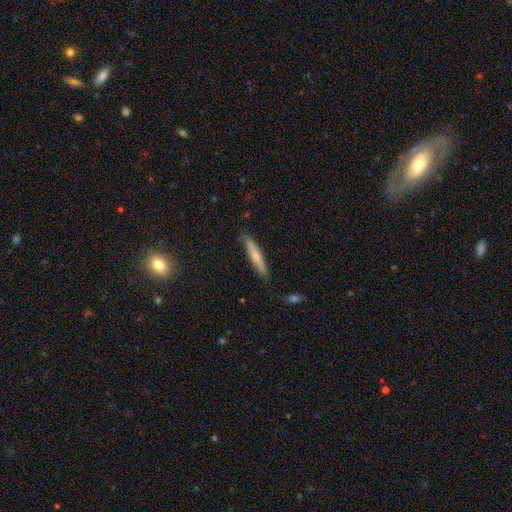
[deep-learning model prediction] The model was most divided on "smooth or featured": smooth: 62%, featured or disk: 31%, star or artifact: 6%. More confident: how rounded — cigar-shaped (90%); merging — none (81%).